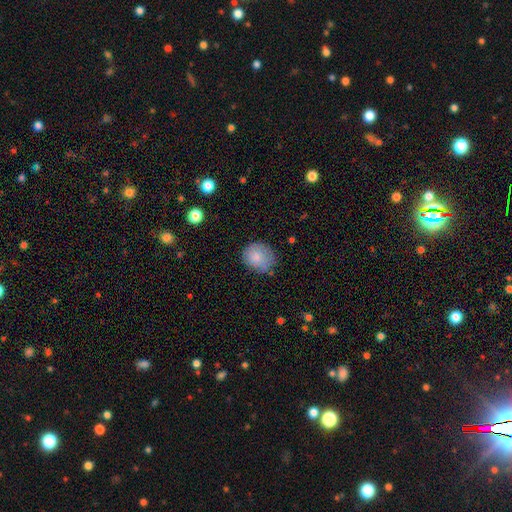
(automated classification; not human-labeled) This is clearly a smooth galaxy (82%). How rounded: likely round (73%). Merging: likely none (67%).